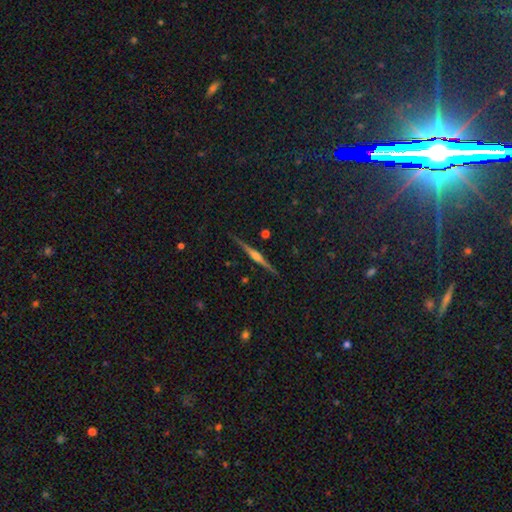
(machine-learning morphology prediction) A featured or disk galaxy (80%) viewed edge-on (98%) with a rounded central bulge (76%). Merging: none (90%).